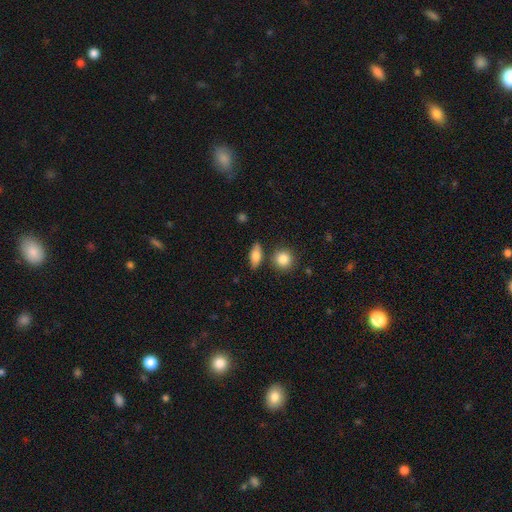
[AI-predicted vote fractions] Smooth or featured?
  - smooth: 73% *
  - featured or disk: 20%
  - star or artifact: 7%
How rounded?
  - in between: 71% *
  - cigar-shaped: 20%
  - round: 9%
Merging?
  - none: 80% *
  - minor disturbance: 11%
  - merger: 7%
  - major disturbance: 3%